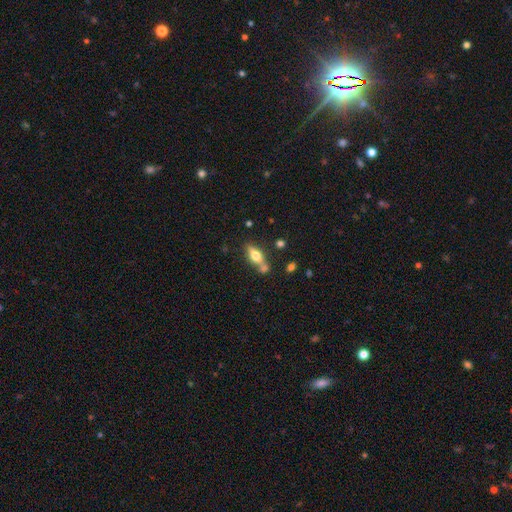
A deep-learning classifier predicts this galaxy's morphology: Overall: smooth (55%; featured or disk 37%). How rounded: in between (65%; cigar-shaped 31%). Merging: none (58%; merger 23%).